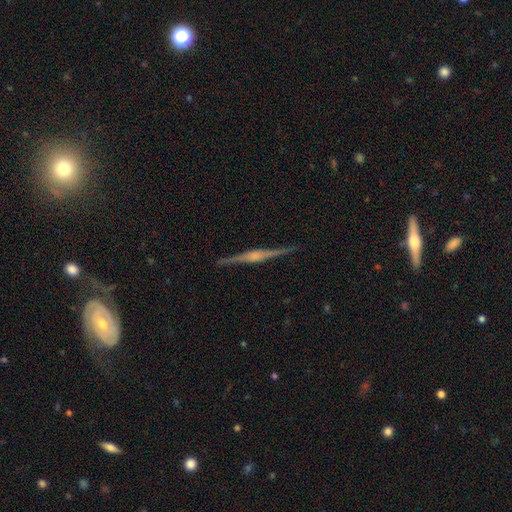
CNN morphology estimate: Smooth or featured: featured or disk — 85% (smooth — 9%)
Edge-on disk: yes — 98% (no — 2%)
Edge-on bulge: rounded — 65% (boxy — 26%)
Merging: none — 89% (minor disturbance — 8%)